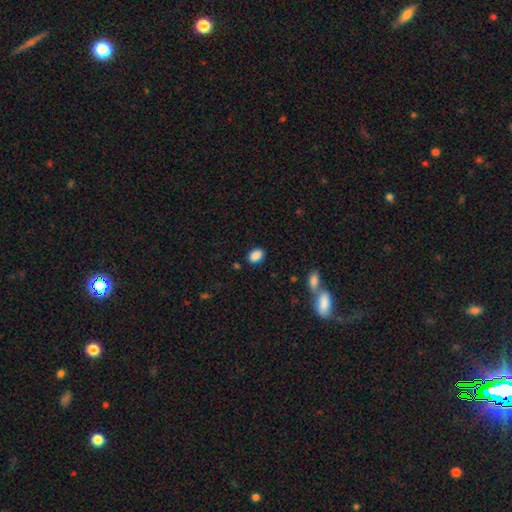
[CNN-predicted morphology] The model was most divided on "how rounded": in between: 82%, round: 17%, cigar-shaped: 1%. More confident: smooth or featured — smooth (88%); merging — none (83%).